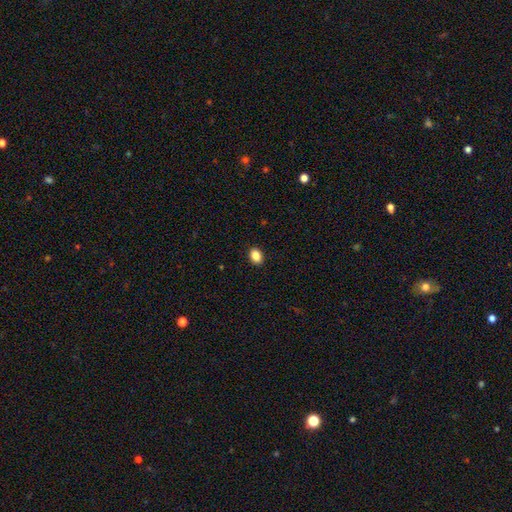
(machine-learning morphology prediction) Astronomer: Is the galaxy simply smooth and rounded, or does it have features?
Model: smooth — 87%.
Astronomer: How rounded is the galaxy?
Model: in between — 71%.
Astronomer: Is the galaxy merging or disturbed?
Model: none — 90%.